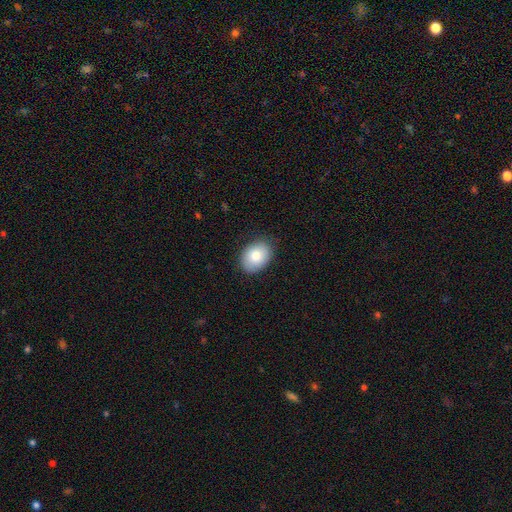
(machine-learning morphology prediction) type=smooth (82%); roundness=in between (75%); merging=none (84%).